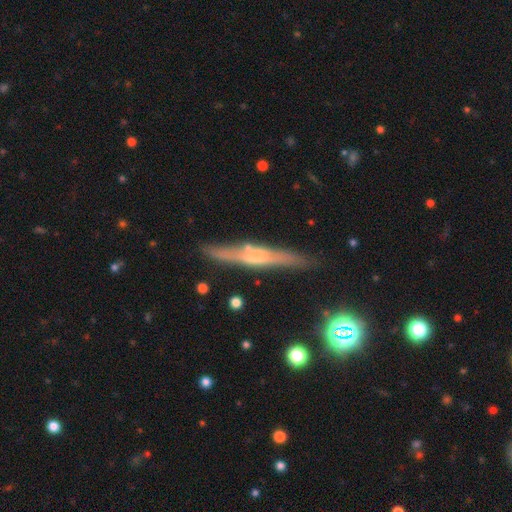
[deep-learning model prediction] This appears to be a featured or disk galaxy (65%) viewed edge-on (93%) with a rounded central bulge (50%). Merging: none (82%).